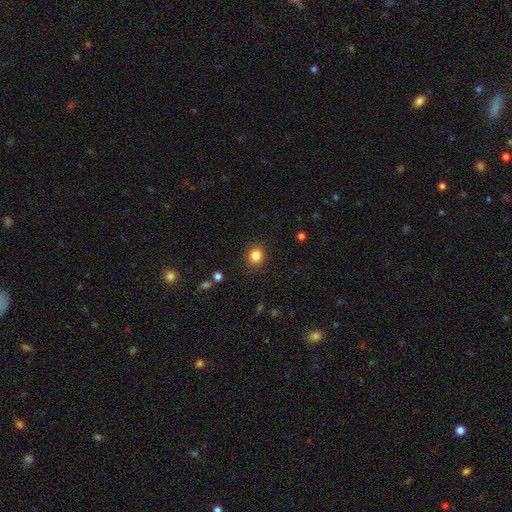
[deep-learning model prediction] Smooth or featured: smooth — 84% (star or artifact — 11%)
How rounded: round — 76% (in between — 23%)
Merging: none — 89% (minor disturbance — 7%)